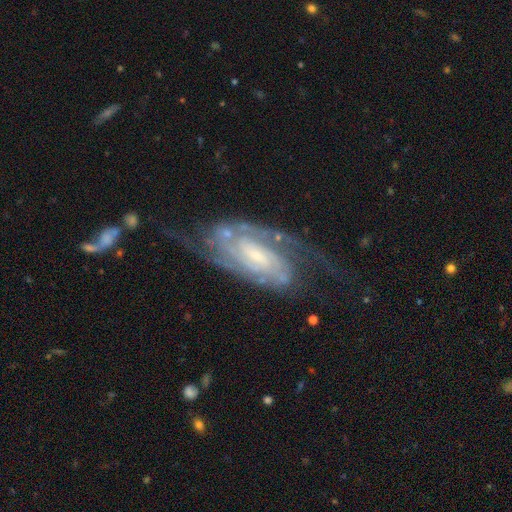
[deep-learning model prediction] Q: Smooth or featured?
A: featured or disk (88%); runner-up: smooth (6%)
Q: Edge-on disk?
A: no (95%); runner-up: yes (5%)
Q: Bar?
A: weak (44%); runner-up: no (39%)
Q: Spiral arms?
A: yes (97%); runner-up: no (3%)
Q: Spiral winding?
A: tight (53%); runner-up: medium (37%)
Q: Spiral arm count?
A: 2 (58%); runner-up: can't tell (19%)
Q: Bulge size?
A: small (51%); runner-up: moderate (30%)
Q: Merging?
A: none (63%); runner-up: minor disturbance (19%)